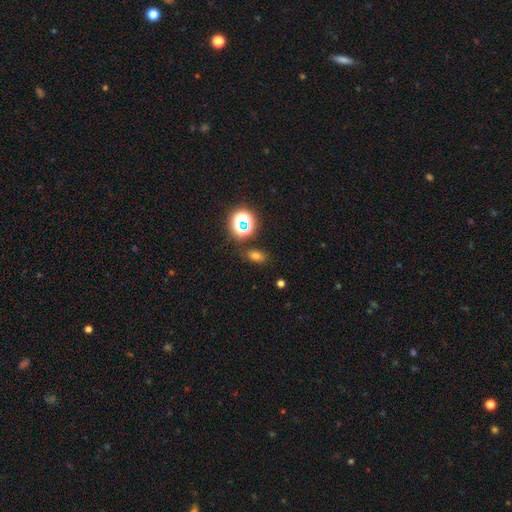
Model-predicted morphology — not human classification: A smooth galaxy with no disk features (65%) that is in between round and cigar-shaped (78%).

Vote fractions:
- Smooth or featured? smooth: 65% / star or artifact: 26% / featured or disk: 9%
- How rounded? in between: 78% / round: 19% / cigar-shaped: 4%
- Merging? none: 79% / minor disturbance: 12% / merger: 4% / major disturbance: 4%